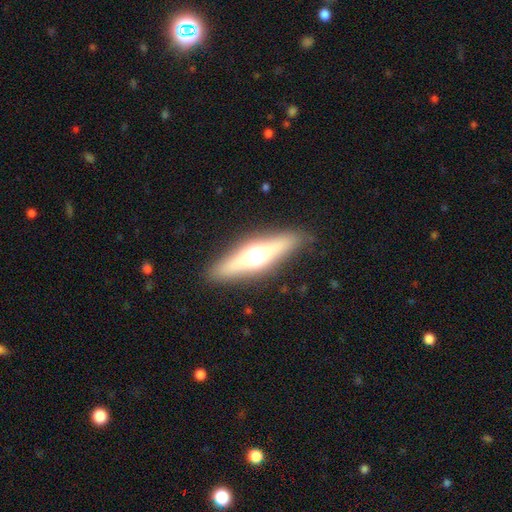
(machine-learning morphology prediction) This appears to be a featured or disk galaxy (53%) viewed edge-on (88%). Merging: none (87%).